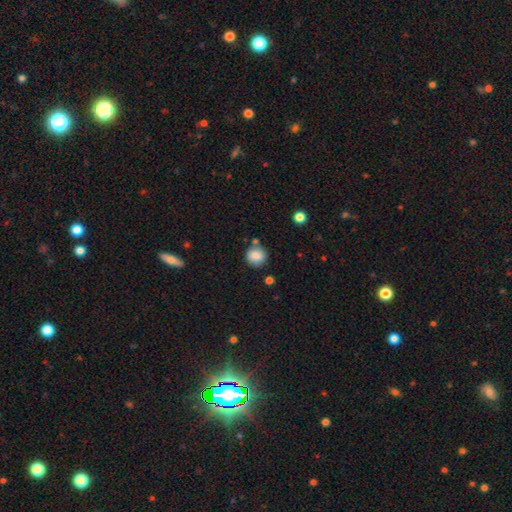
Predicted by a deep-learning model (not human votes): smooth_or_featured: smooth (p=0.83) [alt: star or artifact p=0.09]
how_rounded: round (p=0.87) [alt: in between p=0.12]
merging: none (p=0.76) [alt: minor disturbance p=0.13]